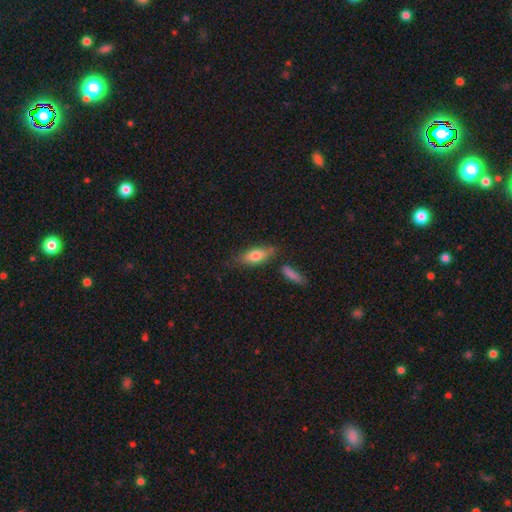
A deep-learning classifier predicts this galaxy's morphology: type=smooth (72%); roundness=in between (71%); merging=none (67%).